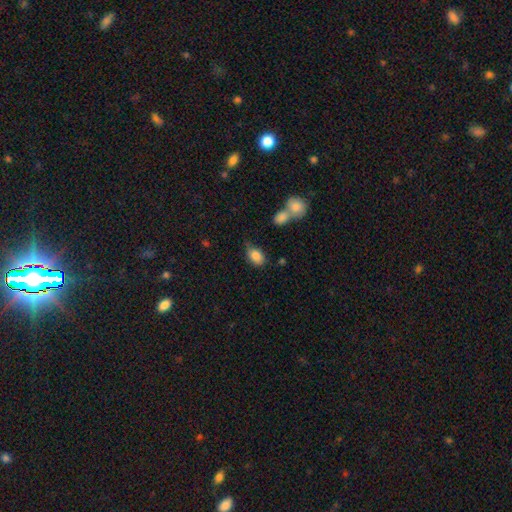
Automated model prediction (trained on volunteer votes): smooth_or_featured: smooth (p=0.85) [alt: star or artifact p=0.08]
how_rounded: in between (p=0.87) [alt: round p=0.11]
merging: none (p=0.59) [alt: minor disturbance p=0.28]